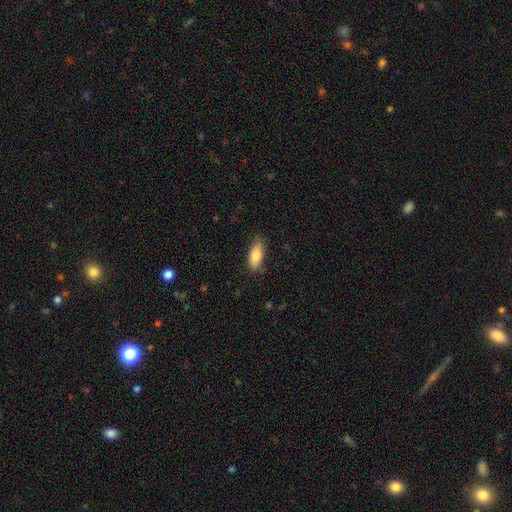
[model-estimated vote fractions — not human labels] Smooth or featured? Predicted: smooth (p=0.83). How rounded? Predicted: in between (p=0.82). Merging? Predicted: none (p=0.77).